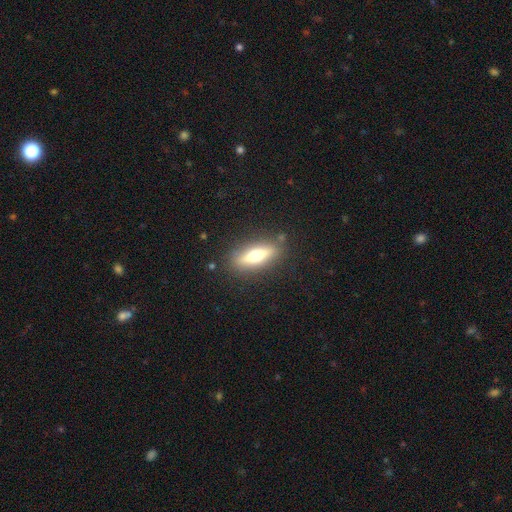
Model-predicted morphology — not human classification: Q: Smooth or featured?
A: smooth (46%); tied with: featured or disk (46%)
Q: Merging?
A: none (85%); runner-up: minor disturbance (10%)